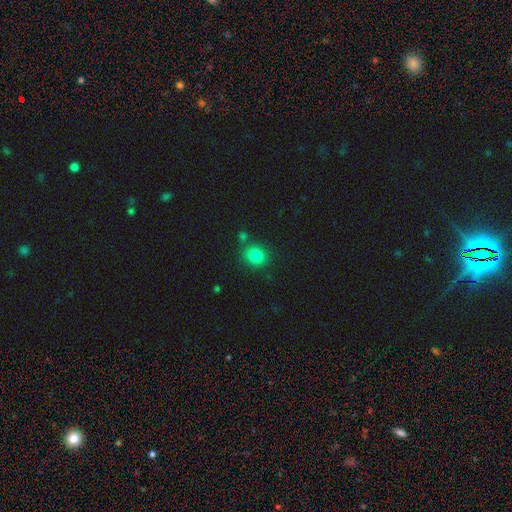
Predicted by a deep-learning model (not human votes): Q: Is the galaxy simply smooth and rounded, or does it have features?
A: smooth — 83%.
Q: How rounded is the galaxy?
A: round — 75%.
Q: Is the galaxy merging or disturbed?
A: none — 78%.